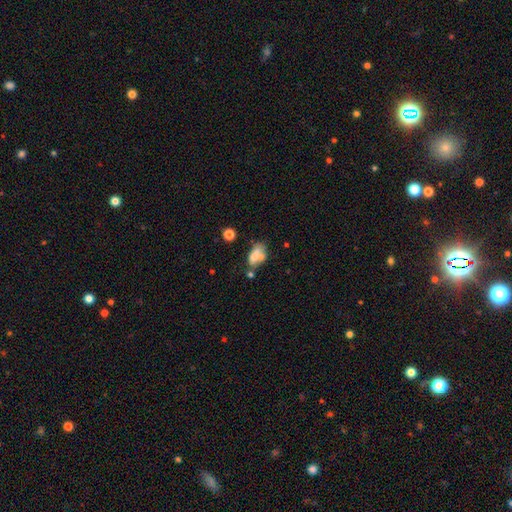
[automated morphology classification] A smooth galaxy with no disk features (63%) that is in between round and cigar-shaped (86%).

Vote fractions:
- Smooth or featured? smooth: 63% / featured or disk: 25% / star or artifact: 12%
- How rounded? in between: 86% / round: 9% / cigar-shaped: 5%
- Merging? none: 32% / merger: 28% / minor disturbance: 23% / major disturbance: 17%